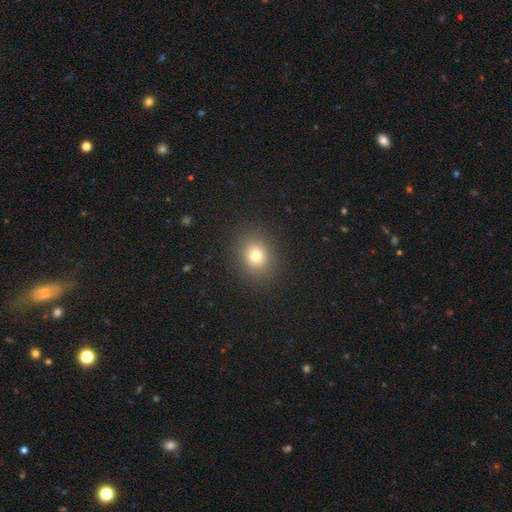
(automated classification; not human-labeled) Q: Smooth or featured?
A: smooth (77%); runner-up: star or artifact (14%)
Q: How rounded?
A: round (69%); runner-up: in between (30%)
Q: Merging?
A: none (90%); runner-up: minor disturbance (6%)